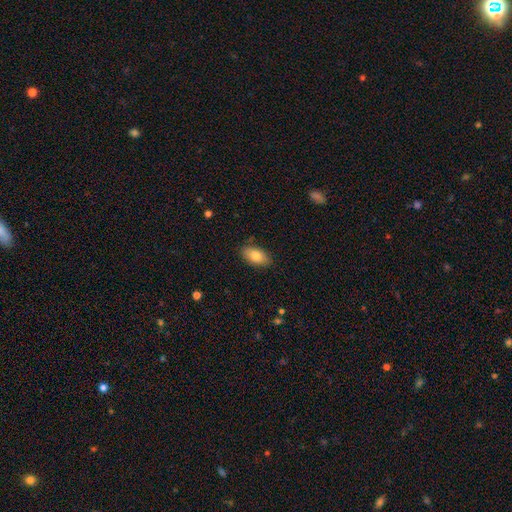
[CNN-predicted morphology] This is clearly a smooth galaxy (82%). How rounded: clearly in between (92%). Merging: clearly none (84%).